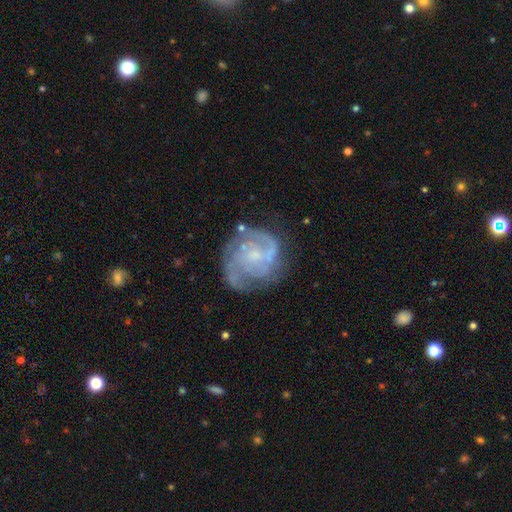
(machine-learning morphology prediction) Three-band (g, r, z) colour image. It shows a featured or disk galaxy (82%) with no bar (59%), 2 (32%) tight (50%) spiral arms (92%) and a small central bulge (56%). Merging: none (66%).